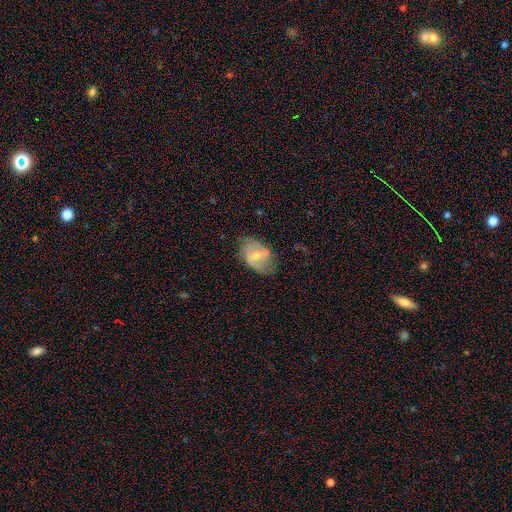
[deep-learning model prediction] featured or disk 59%, smooth 33%, star or artifact 7%. Down the decision tree: edge-on disk — no (95%); bar — weak (50%); spiral arms — yes (64%); bulge size — small (48%); merging — none (55%).